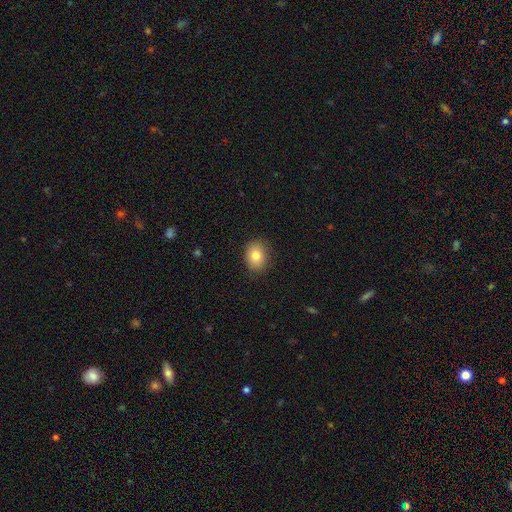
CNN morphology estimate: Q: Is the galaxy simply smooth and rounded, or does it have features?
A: smooth — 80%.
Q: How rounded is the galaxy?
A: in between — 53%.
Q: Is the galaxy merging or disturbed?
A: none — 87%.